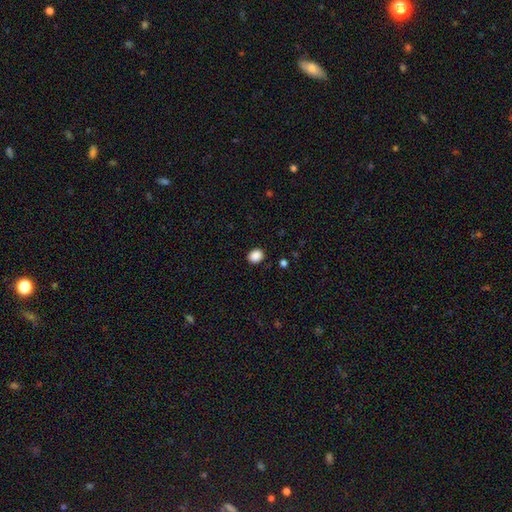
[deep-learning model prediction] Smooth or featured? smooth (88%)
How rounded? round (58%)
Merging? none (90%)